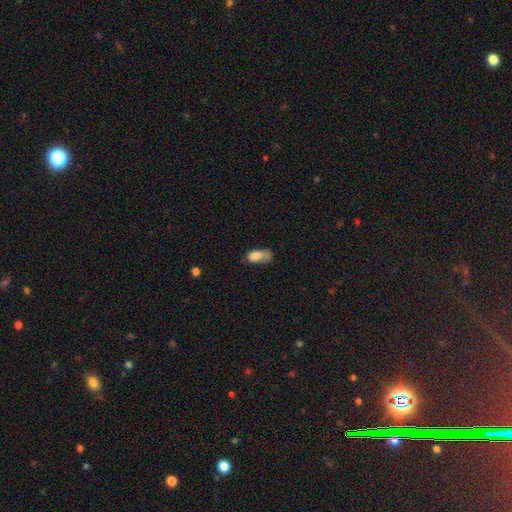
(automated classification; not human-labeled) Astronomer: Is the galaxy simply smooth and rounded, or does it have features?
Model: smooth — 79%.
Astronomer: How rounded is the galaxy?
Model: in between — 87%.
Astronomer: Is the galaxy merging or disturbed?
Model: minor disturbance — 33% (runner-up: none, 29%).